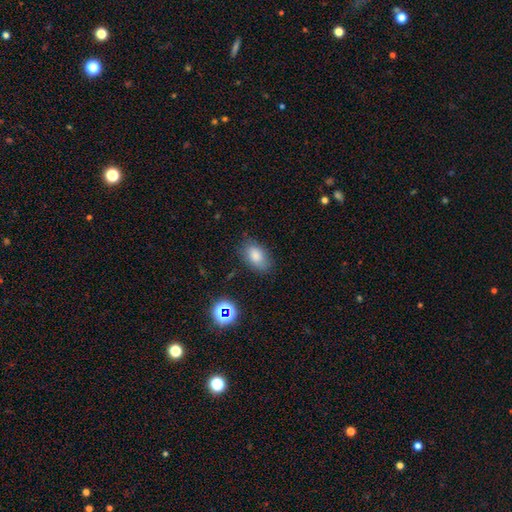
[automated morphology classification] Q: Smooth or featured?
A: smooth (82%); runner-up: star or artifact (10%)
Q: How rounded?
A: in between (90%); runner-up: round (8%)
Q: Merging?
A: none (80%); runner-up: minor disturbance (15%)